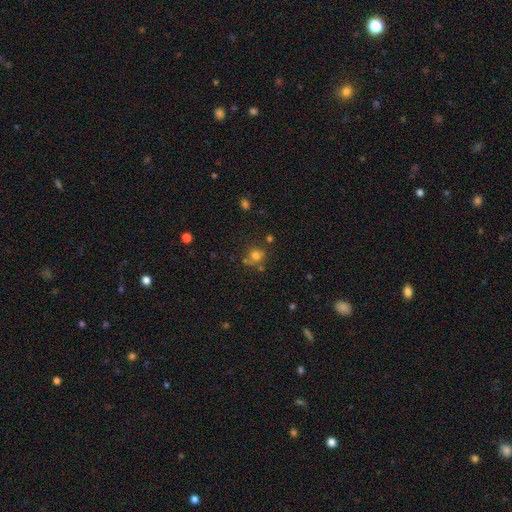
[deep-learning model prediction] smooth 73%, star or artifact 17%, featured or disk 10%. Down the decision tree: how rounded — round (83%); merging — none (63%).